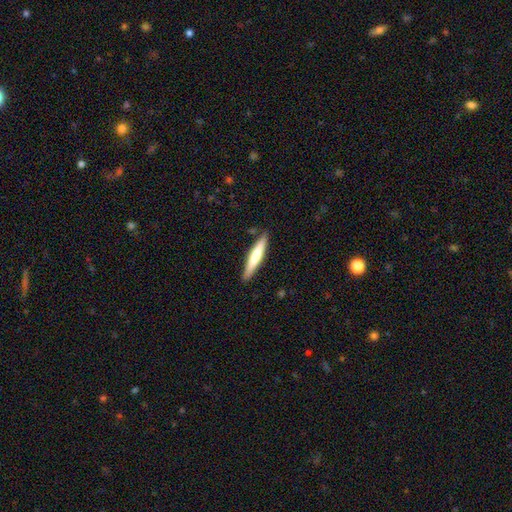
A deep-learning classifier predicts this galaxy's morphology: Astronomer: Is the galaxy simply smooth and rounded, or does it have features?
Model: smooth — 65%.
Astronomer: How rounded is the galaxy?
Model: cigar-shaped — 91%.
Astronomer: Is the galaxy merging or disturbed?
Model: none — 87%.